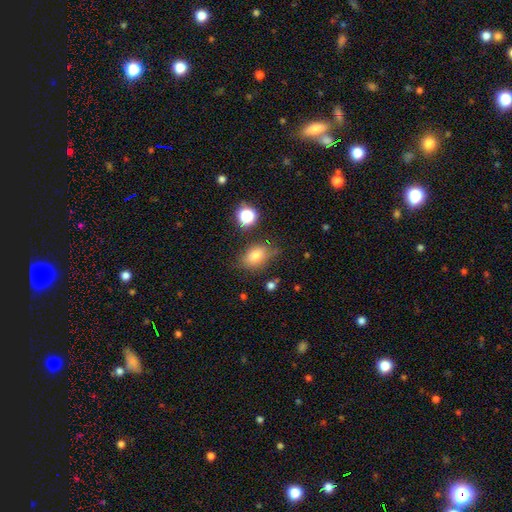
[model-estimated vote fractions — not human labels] smooth_or_featured: smooth (p=0.78) [alt: star or artifact p=0.12]
how_rounded: in between (p=0.77) [alt: round p=0.21]
merging: none (p=0.71) [alt: minor disturbance p=0.19]